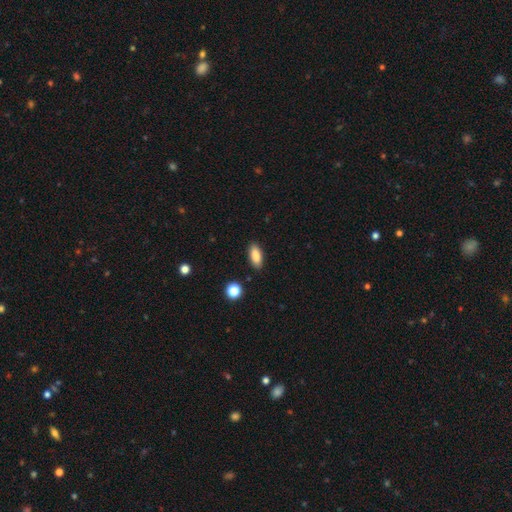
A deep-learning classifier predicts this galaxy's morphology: Smooth or featured? Predicted: smooth (p=0.85). How rounded? Predicted: in between (p=0.81). Merging? Predicted: none (p=0.88).